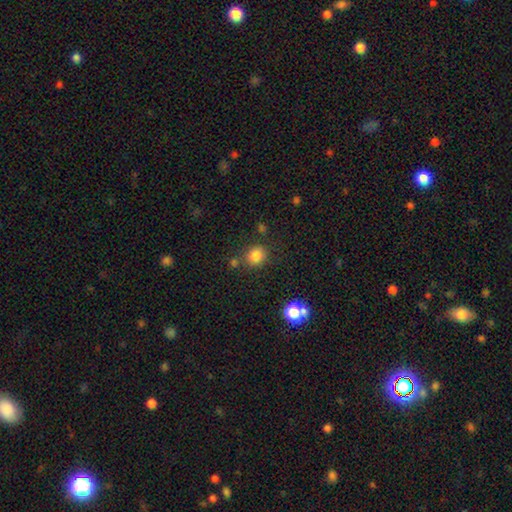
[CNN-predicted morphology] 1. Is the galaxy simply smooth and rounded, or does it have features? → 82% smooth, 13% star or artifact, 5% featured or disk.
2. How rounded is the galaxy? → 78% round, 21% in between, 1% cigar-shaped.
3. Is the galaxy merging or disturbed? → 74% none, 12% minor disturbance, 9% merger, 4% major disturbance.